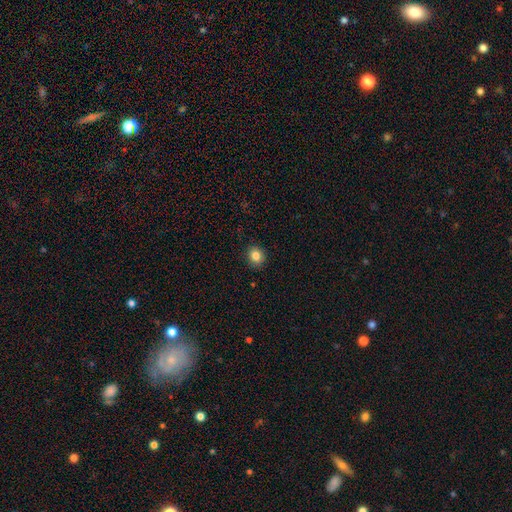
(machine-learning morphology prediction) A smooth galaxy with no disk features (83%) that is round (75%). Merging: none (91%).